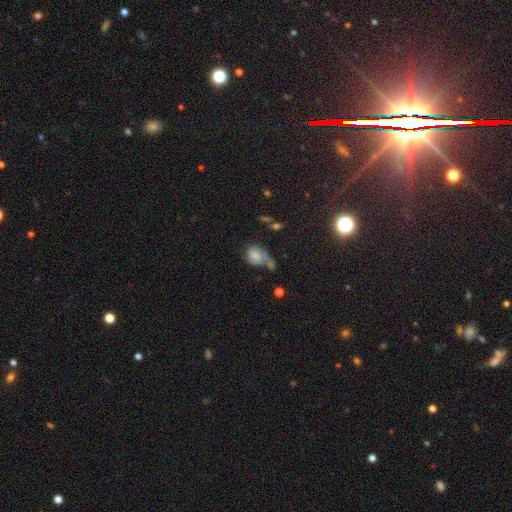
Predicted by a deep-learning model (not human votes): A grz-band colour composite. It shows a featured or disk galaxy (45%). Merging: major disturbance (30%).